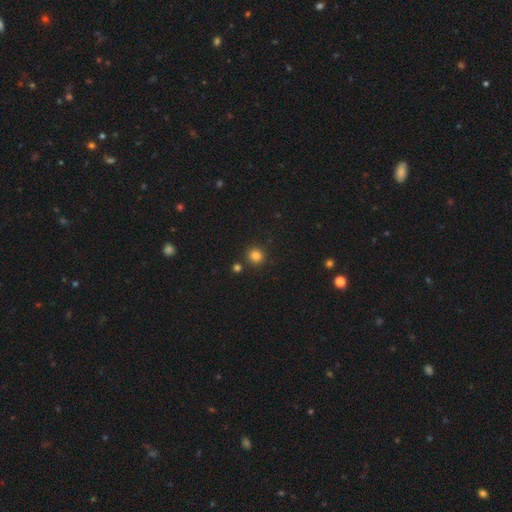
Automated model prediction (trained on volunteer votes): Q: Smooth or featured?
A: smooth (83%); runner-up: star or artifact (13%)
Q: How rounded?
A: round (94%); runner-up: in between (6%)
Q: Merging?
A: none (86%); runner-up: minor disturbance (6%)